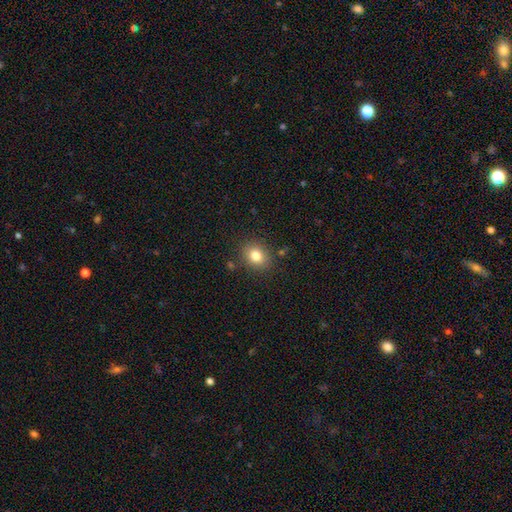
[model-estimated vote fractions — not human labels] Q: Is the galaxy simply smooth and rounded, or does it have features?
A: smooth — 81%.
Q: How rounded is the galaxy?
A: round — 55%.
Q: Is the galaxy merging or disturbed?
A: none — 84%.